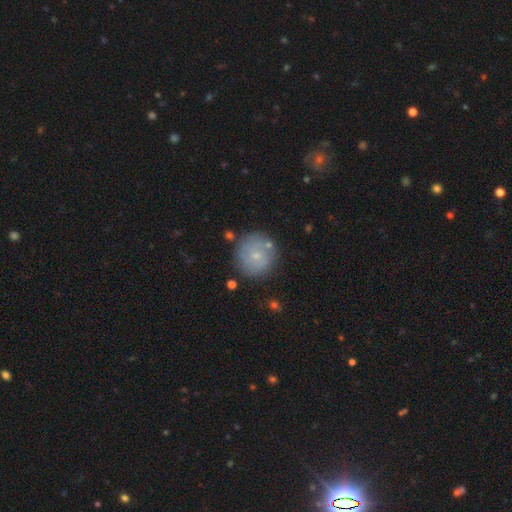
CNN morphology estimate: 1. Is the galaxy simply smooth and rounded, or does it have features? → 58% smooth, 34% featured or disk, 9% star or artifact.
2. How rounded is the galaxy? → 93% round, 6% in between, 1% cigar-shaped.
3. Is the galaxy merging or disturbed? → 77% none, 14% minor disturbance, 5% merger, 4% major disturbance.